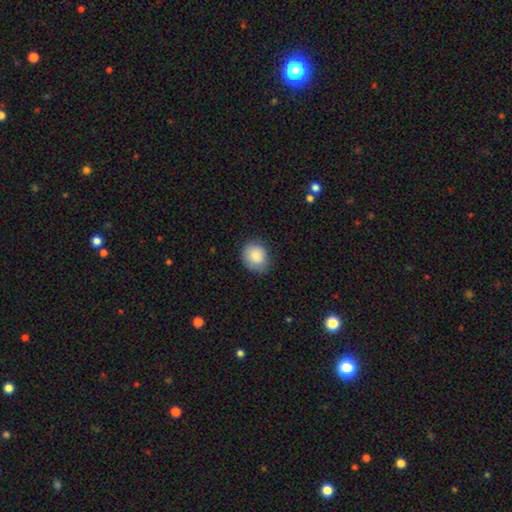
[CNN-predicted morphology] The model was most divided on "how rounded": round: 62%, in between: 37%, cigar-shaped: 1%. More confident: smooth or featured — smooth (87%); merging — none (78%).